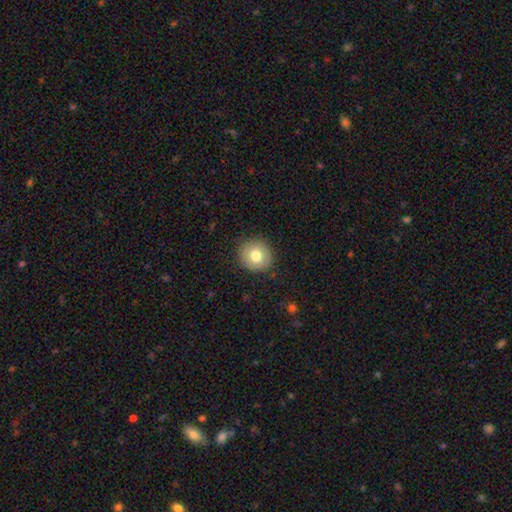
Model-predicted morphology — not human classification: type=smooth (76%); roundness=round (88%); merging=none (87%).